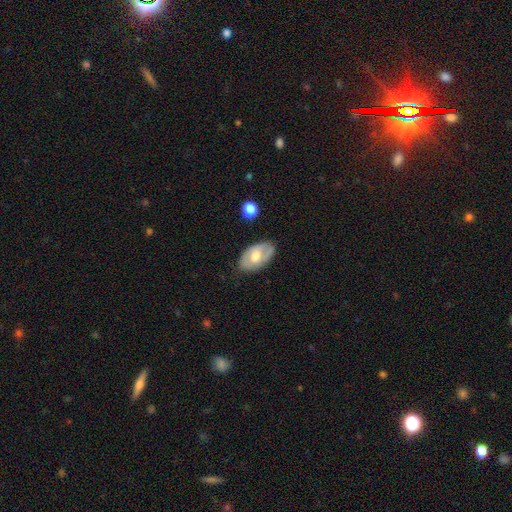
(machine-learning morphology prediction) Smooth or featured?
  - featured or disk: 53% *
  - smooth: 41%
  - star or artifact: 6%
Edge-on disk?
  - no: 91% *
  - yes: 9%
Merging?
  - none: 78% *
  - minor disturbance: 16%
  - major disturbance: 4%
  - merger: 1%